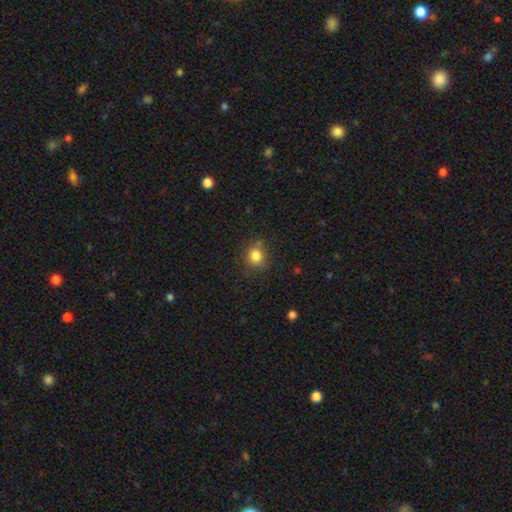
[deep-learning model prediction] smooth 83%, star or artifact 11%, featured or disk 6%. Down the decision tree: how rounded — round (71%); merging — none (74%).